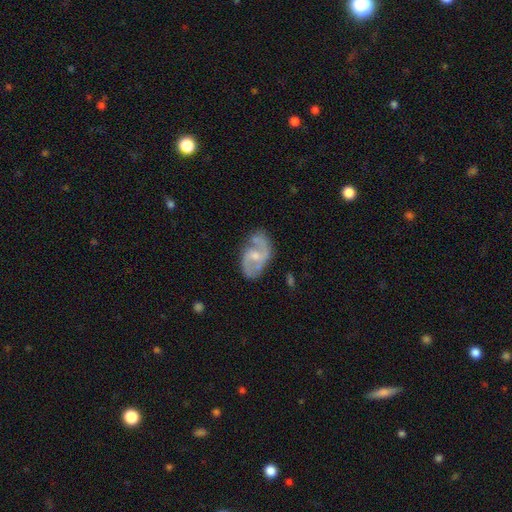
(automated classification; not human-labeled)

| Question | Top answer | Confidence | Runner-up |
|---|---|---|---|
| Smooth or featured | featured or disk | 82% | smooth (12%) |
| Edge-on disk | no | 97% | yes (3%) |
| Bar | weak | 49% | no (41%) |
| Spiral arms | yes | 93% | no (7%) |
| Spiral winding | medium | 51% | loose (34%) |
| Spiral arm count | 2 | 89% | can't tell (5%) |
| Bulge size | moderate | 49% | small (43%) |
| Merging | none | 70% | minor disturbance (20%) |